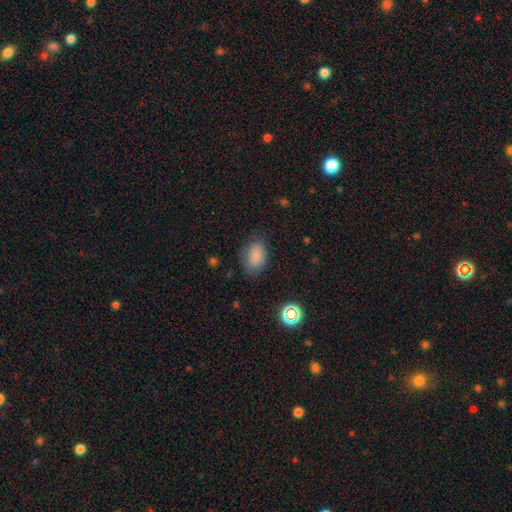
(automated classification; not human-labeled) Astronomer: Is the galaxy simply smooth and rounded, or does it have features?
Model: smooth — 85%.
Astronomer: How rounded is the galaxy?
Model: in between — 88%.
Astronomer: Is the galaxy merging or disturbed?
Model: none — 74%.